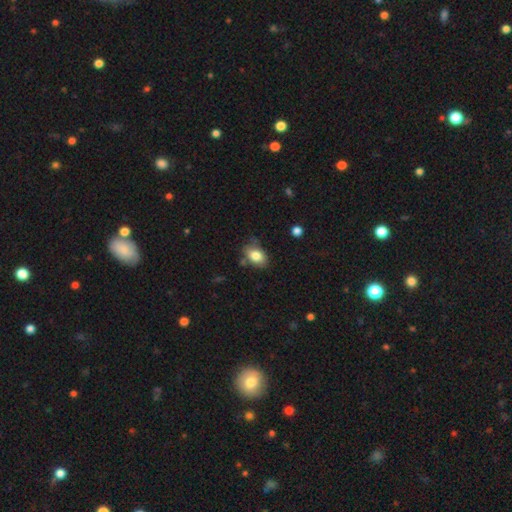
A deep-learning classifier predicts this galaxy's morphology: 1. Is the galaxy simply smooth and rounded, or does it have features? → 81% smooth, 11% featured or disk, 8% star or artifact.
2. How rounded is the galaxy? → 83% in between, 15% round, 1% cigar-shaped.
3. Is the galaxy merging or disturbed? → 64% none, 25% minor disturbance, 6% major disturbance, 5% merger.